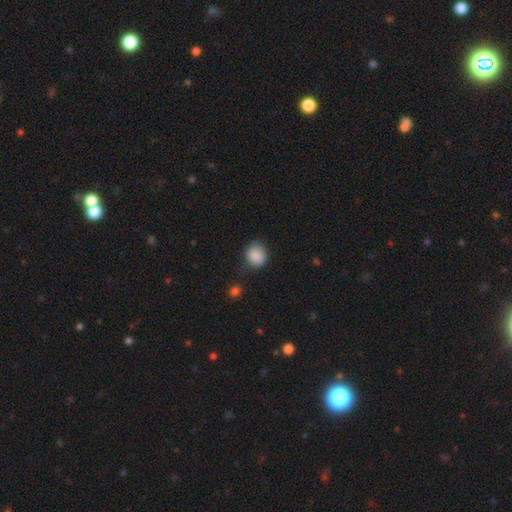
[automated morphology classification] This appears to be a smooth galaxy with no disk features (87%) that is round (67%). Merging: none (65%).